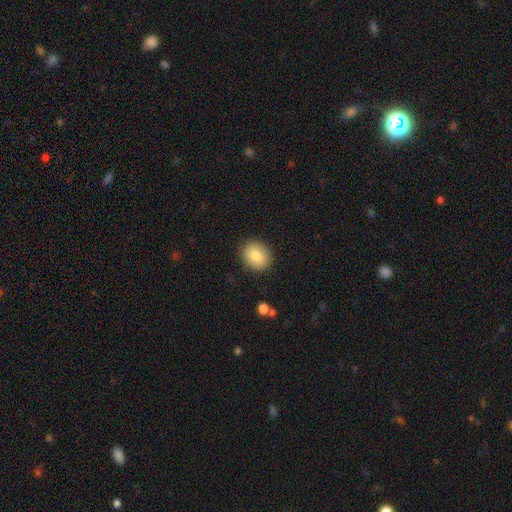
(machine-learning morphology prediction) Smooth or featured: smooth — 83% (featured or disk — 9%)
How rounded: round — 63% (in between — 36%)
Merging: none — 87% (minor disturbance — 9%)